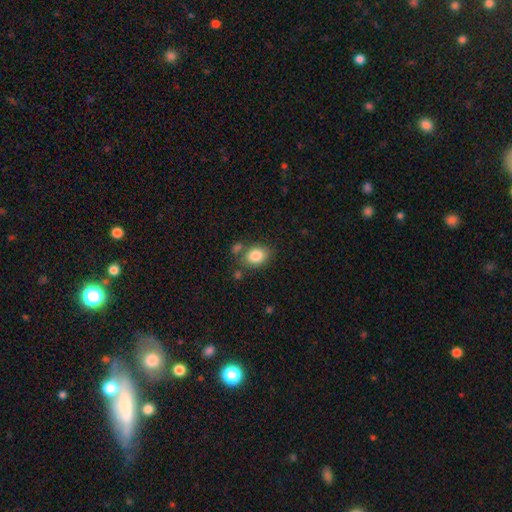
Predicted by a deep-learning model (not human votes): smooth 85%, star or artifact 8%, featured or disk 7%. Down the decision tree: how rounded — in between (66%); merging — none (67%).